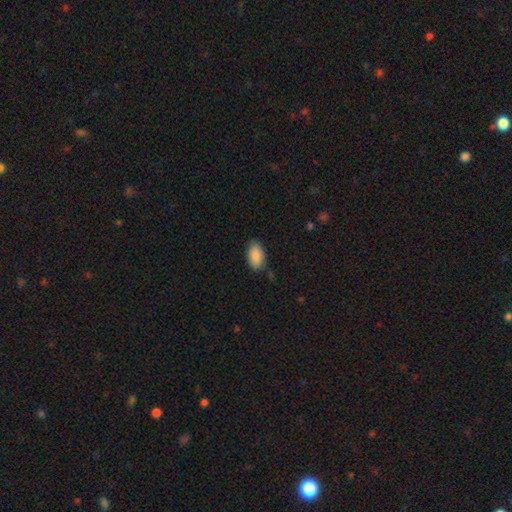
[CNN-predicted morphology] smooth-or-featured: smooth: 90% | star or artifact: 6% | featured or disk: 4%
  how-rounded: in between: 94% | round: 4% | cigar-shaped: 2%
  merging: none: 82% | minor disturbance: 14% | major disturbance: 3% | merger: 1%